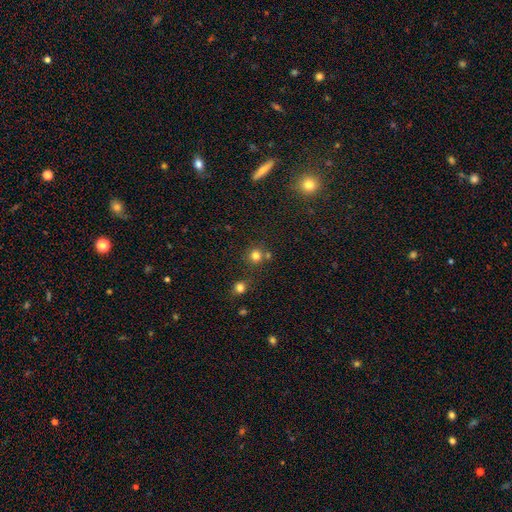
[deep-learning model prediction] A smooth galaxy with no disk features (77%) that is round (92%). Merging: none (72%).